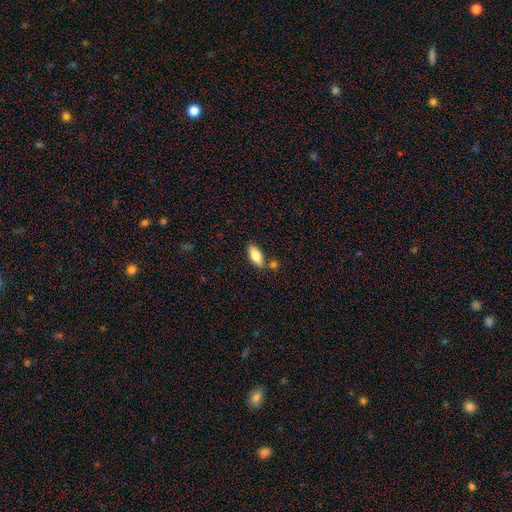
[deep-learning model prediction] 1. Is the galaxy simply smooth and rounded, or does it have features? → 79% smooth, 15% featured or disk, 6% star or artifact.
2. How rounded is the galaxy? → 85% in between, 13% cigar-shaped, 2% round.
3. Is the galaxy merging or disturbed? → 73% none, 13% minor disturbance, 11% merger, 3% major disturbance.